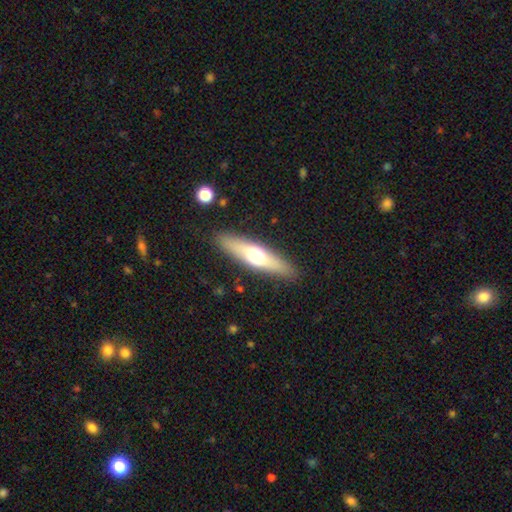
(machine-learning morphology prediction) Q: Smooth or featured?
A: smooth (50%); runner-up: featured or disk (44%)
Q: Merging?
A: none (88%); runner-up: minor disturbance (8%)